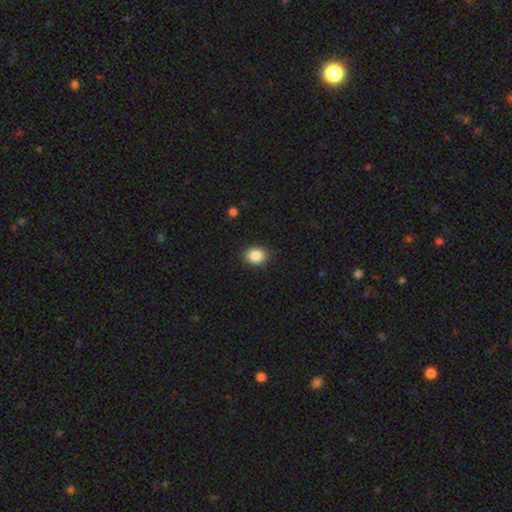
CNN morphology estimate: Smooth or featured? Predicted: smooth (p=0.88). How rounded? Predicted: round (p=0.55). Merging? Predicted: none (p=0.89).